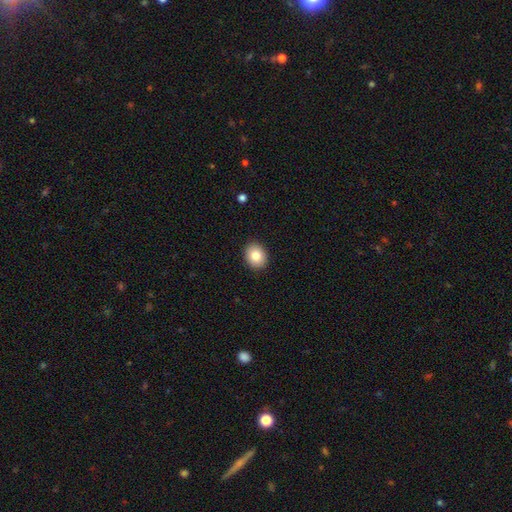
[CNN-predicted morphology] Smooth or featured?
  - smooth: 83% *
  - star or artifact: 9%
  - featured or disk: 9%
How rounded?
  - round: 54% *
  - in between: 45%
  - cigar-shaped: 1%
Merging?
  - none: 91% *
  - minor disturbance: 6%
  - major disturbance: 2%
  - merger: 1%